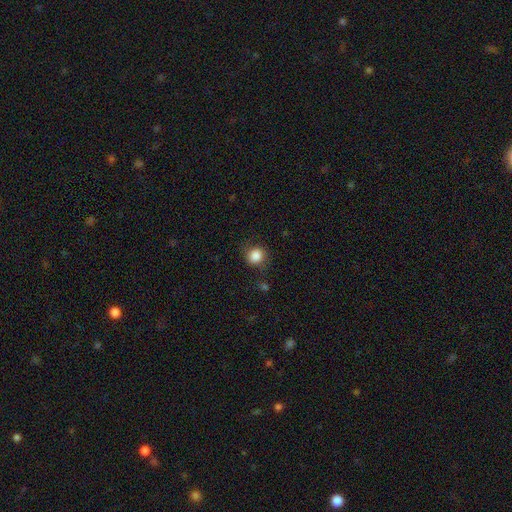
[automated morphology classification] Smooth or featured: smooth — 85% (star or artifact — 10%)
How rounded: round — 82% (in between — 17%)
Merging: none — 76% (minor disturbance — 16%)